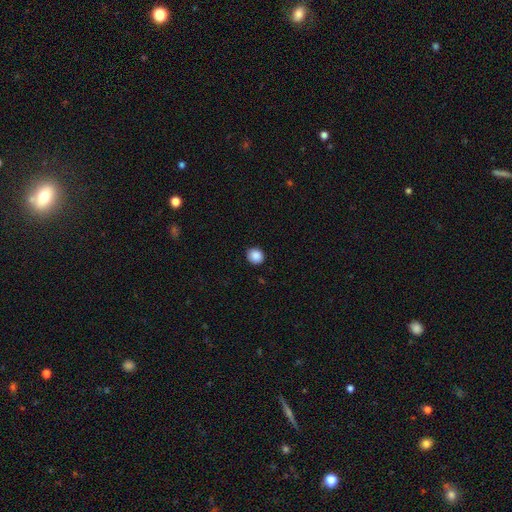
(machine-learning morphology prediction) This is clearly a smooth galaxy (89%). How rounded: clearly round (87%). Merging: clearly none (91%).